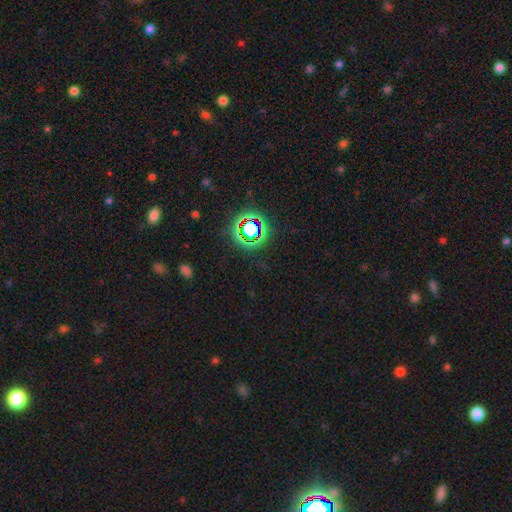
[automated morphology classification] star or artifact 77%, smooth 15%, featured or disk 8%.